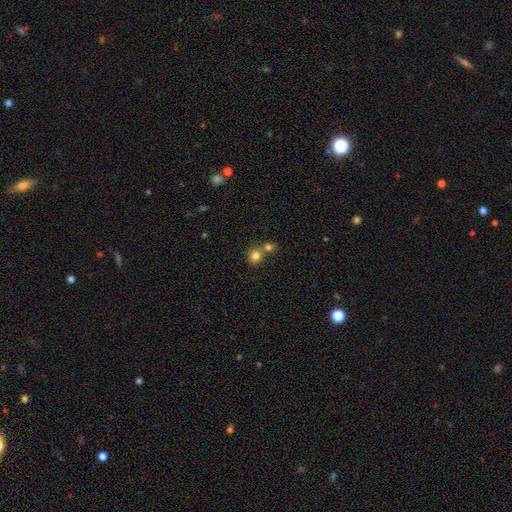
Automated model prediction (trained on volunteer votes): The model was most divided on "merging": none: 48%, merger: 43%, minor disturbance: 7%, major disturbance: 3%. More confident: how rounded — round (85%); smooth or featured — smooth (81%).